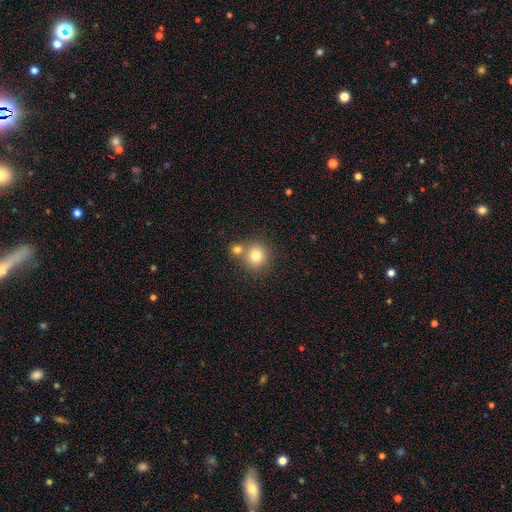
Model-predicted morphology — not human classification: Smooth or featured: smooth — 79% (star or artifact — 11%)
How rounded: round — 90% (in between — 9%)
Merging: none — 60% (merger — 29%)